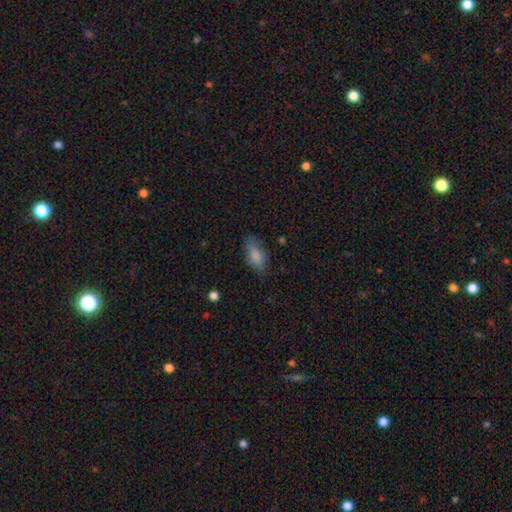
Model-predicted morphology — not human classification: A smooth galaxy with no disk features (83%) that is in between round and cigar-shaped (88%).

Vote fractions:
- Smooth or featured? smooth: 83% / featured or disk: 9% / star or artifact: 8%
- How rounded? in between: 88% / cigar-shaped: 7% / round: 4%
- Merging? none: 68% / minor disturbance: 23% / major disturbance: 7% / merger: 2%